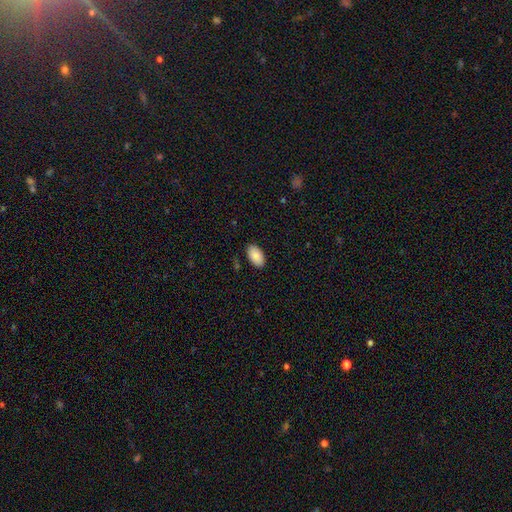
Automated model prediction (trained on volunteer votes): Smooth or featured? smooth (88%)
How rounded? in between (95%)
Merging? none (88%)